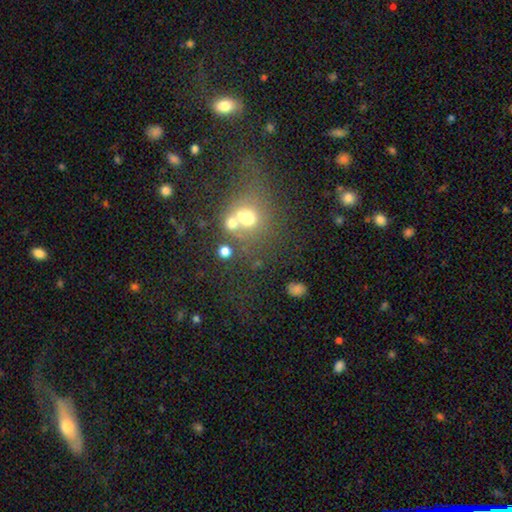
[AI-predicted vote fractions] Smooth or featured: smooth — 48% (star or artifact — 35%)
Merging: none — 43% (merger — 30%)